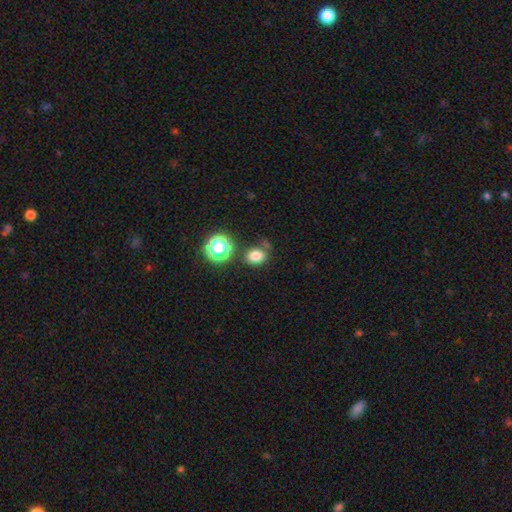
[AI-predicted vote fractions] The model was most divided on "how rounded": round: 51%, in between: 48%, cigar-shaped: 1%. More confident: smooth or featured — smooth (78%); merging — none (71%).